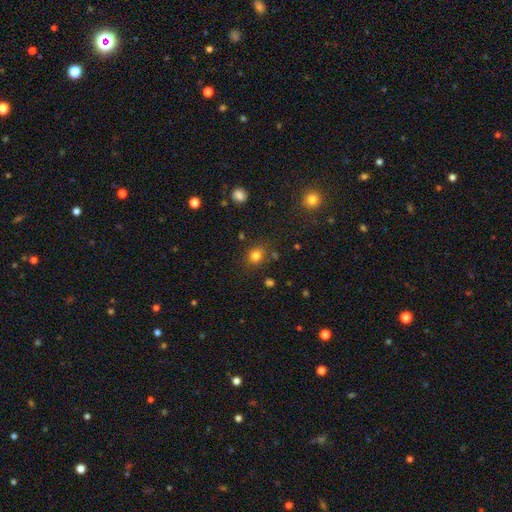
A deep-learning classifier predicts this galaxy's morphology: smooth_or_featured: smooth (p=0.80) [alt: star or artifact p=0.15]
how_rounded: round (p=0.80) [alt: in between p=0.19]
merging: none (p=0.80) [alt: minor disturbance p=0.12]